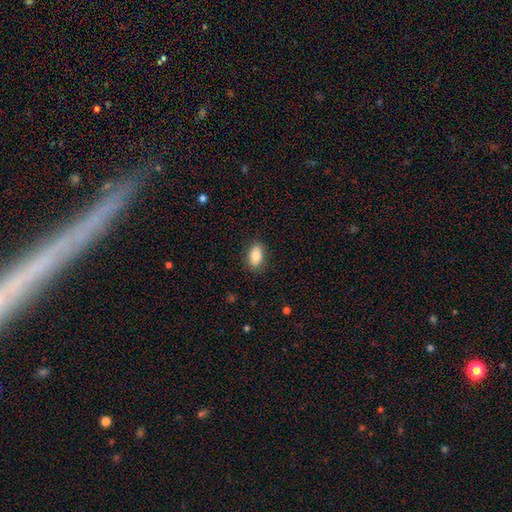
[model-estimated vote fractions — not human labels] A smooth galaxy with no disk features (83%) that is in between round and cigar-shaped (90%).

Vote fractions:
- Smooth or featured? smooth: 83% / featured or disk: 10% / star or artifact: 7%
- How rounded? in between: 90% / round: 7% / cigar-shaped: 3%
- Merging? none: 87% / minor disturbance: 10% / major disturbance: 2% / merger: 1%